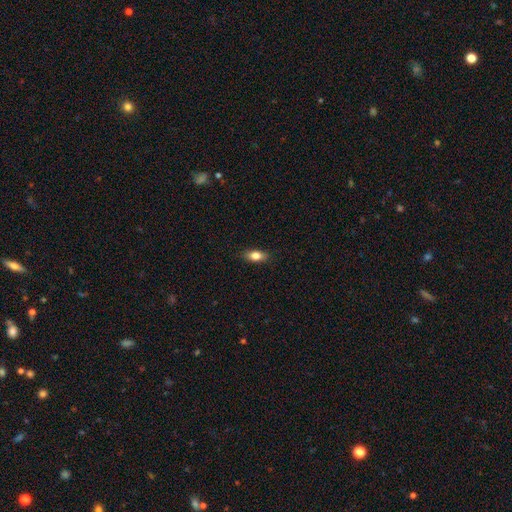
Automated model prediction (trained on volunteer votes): A smooth galaxy with no disk features (80%) that is in between round and cigar-shaped (82%). Merging: none (87%).